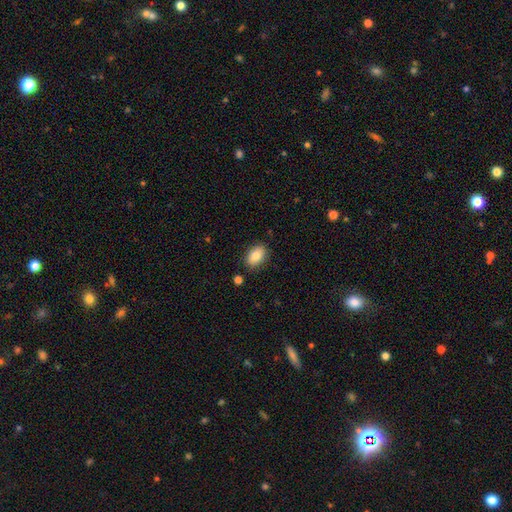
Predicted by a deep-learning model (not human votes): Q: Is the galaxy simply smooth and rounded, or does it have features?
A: smooth — 82%.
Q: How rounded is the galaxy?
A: in between — 87%.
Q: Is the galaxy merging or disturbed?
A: none — 85%.